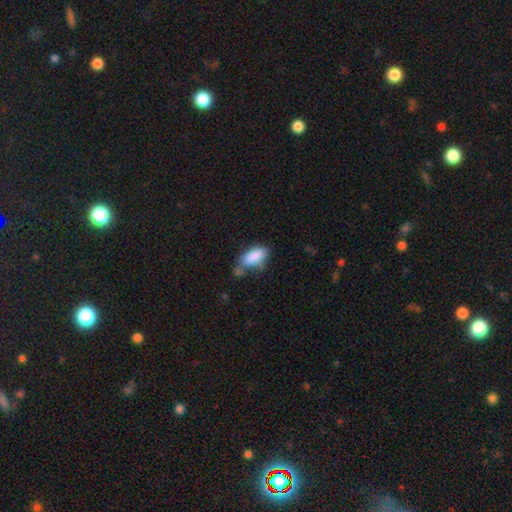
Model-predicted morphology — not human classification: Smooth or featured: smooth — 86% (star or artifact — 7%)
How rounded: in between — 89% (cigar-shaped — 9%)
Merging: none — 48% (minor disturbance — 27%)